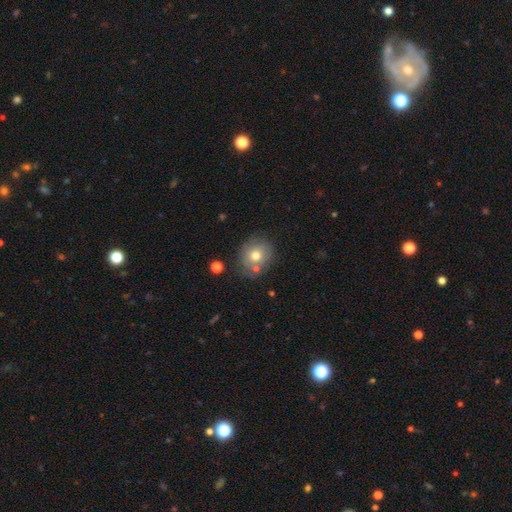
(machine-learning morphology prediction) smooth_or_featured: smooth (p=0.67) [alt: featured or disk p=0.23]
how_rounded: round (p=0.74) [alt: in between p=0.25]
merging: none (p=0.67) [alt: minor disturbance p=0.16]